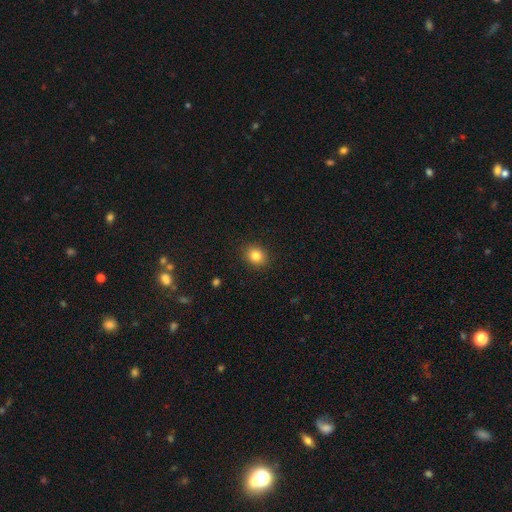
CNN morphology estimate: smooth_or_featured: smooth (p=0.83) [alt: star or artifact p=0.11]
how_rounded: round (p=0.66) [alt: in between p=0.33]
merging: none (p=0.90) [alt: minor disturbance p=0.07]